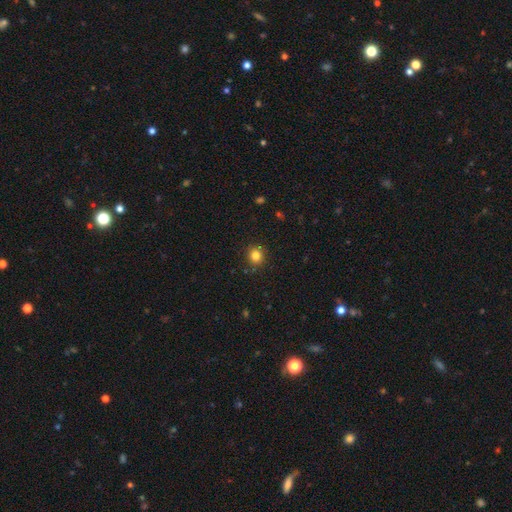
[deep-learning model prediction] smooth-or-featured: smooth: 82% | star or artifact: 13% | featured or disk: 5%
  how-rounded: round: 88% | in between: 11% | cigar-shaped: 1%
  merging: none: 88% | minor disturbance: 8% | major disturbance: 2% | merger: 2%